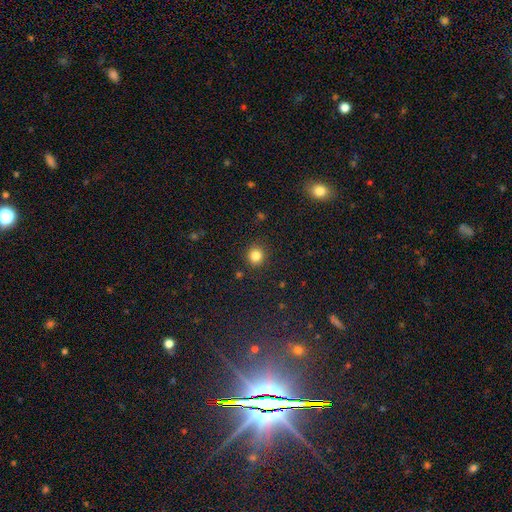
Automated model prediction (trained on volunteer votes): smooth_or_featured: smooth (p=0.83) [alt: star or artifact p=0.12]
how_rounded: round (p=0.90) [alt: in between p=0.10]
merging: none (p=0.89) [alt: minor disturbance p=0.07]